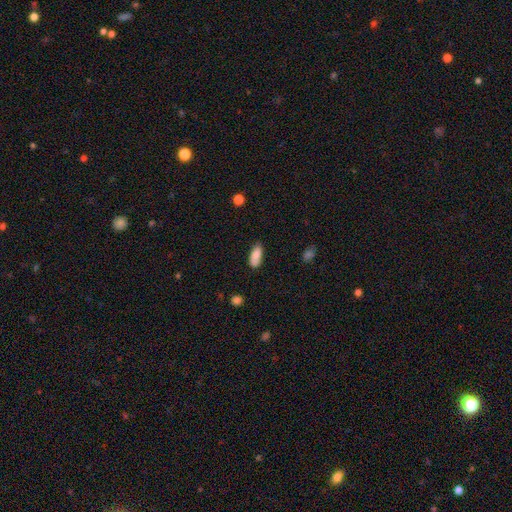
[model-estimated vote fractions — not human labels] Smooth or featured: smooth — 79% (featured or disk — 13%)
How rounded: in between — 83% (cigar-shaped — 15%)
Merging: none — 66% (minor disturbance — 24%)